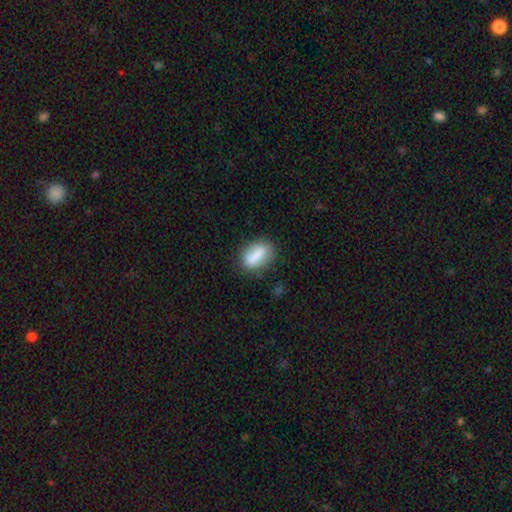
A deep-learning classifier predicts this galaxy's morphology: smooth-or-featured: smooth: 78% | featured or disk: 14% | star or artifact: 8%
  how-rounded: in between: 75% | cigar-shaped: 14% | round: 11%
  merging: none: 76% | minor disturbance: 16% | major disturbance: 5% | merger: 4%